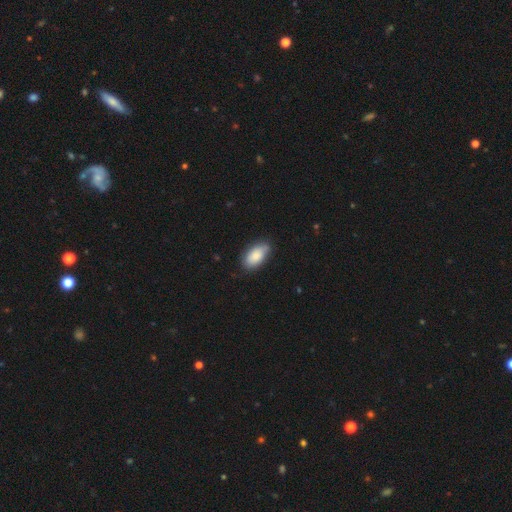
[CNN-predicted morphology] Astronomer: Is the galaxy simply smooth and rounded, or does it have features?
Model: smooth — 85%.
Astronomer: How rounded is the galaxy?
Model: in between — 93%.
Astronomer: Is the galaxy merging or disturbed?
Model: none — 75%.